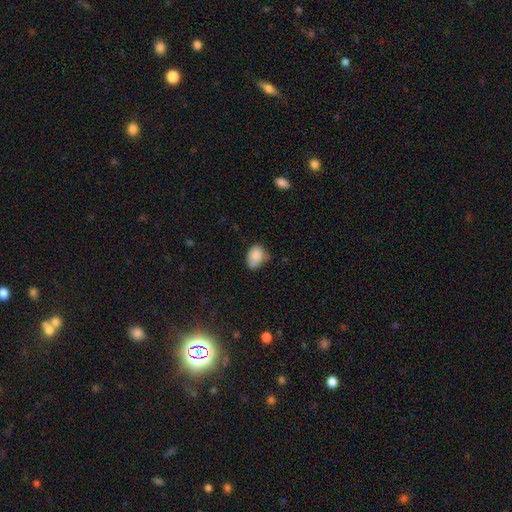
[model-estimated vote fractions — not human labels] smooth_or_featured: smooth (p=0.83) [alt: star or artifact p=0.09]
how_rounded: in between (p=0.69) [alt: round p=0.30]
merging: none (p=0.48) [alt: minor disturbance p=0.37]